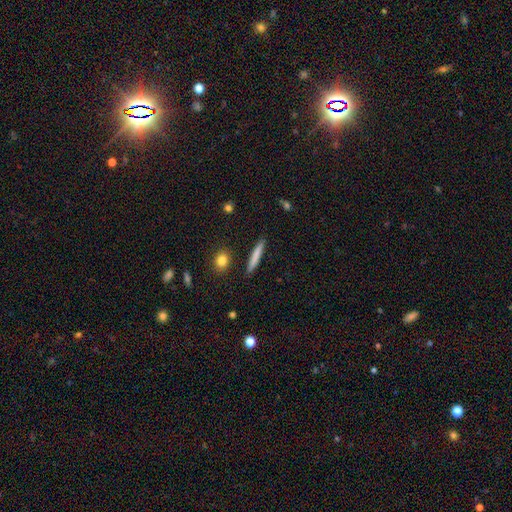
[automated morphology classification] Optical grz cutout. It shows a smooth galaxy with no disk features (76%) that is cigar-shaped (94%). Merging: none (90%).